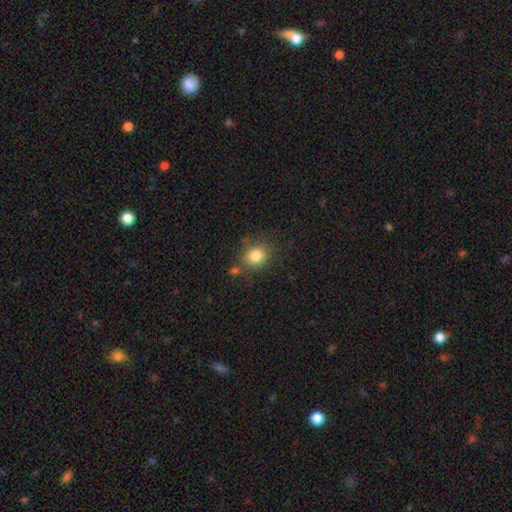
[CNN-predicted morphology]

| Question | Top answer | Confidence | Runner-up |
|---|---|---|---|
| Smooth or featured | smooth | 82% | star or artifact (11%) |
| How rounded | round | 73% | in between (26%) |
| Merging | none | 74% | minor disturbance (13%) |